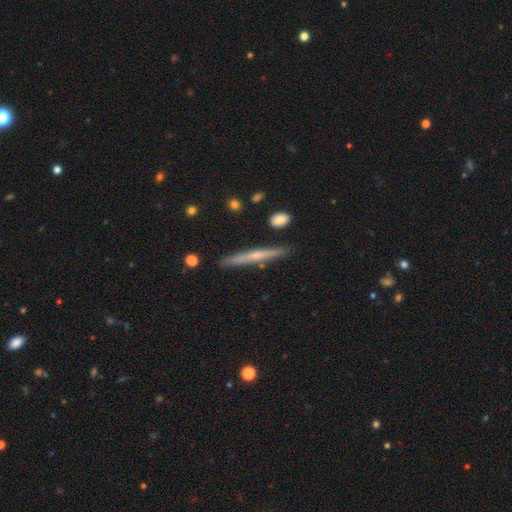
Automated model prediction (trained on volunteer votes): Q: Smooth or featured?
A: featured or disk (52%); runner-up: smooth (41%)
Q: Edge-on disk?
A: yes (96%); runner-up: no (4%)
Q: Edge-on bulge?
A: none (51%); runner-up: rounded (43%)
Q: Merging?
A: none (87%); runner-up: minor disturbance (9%)